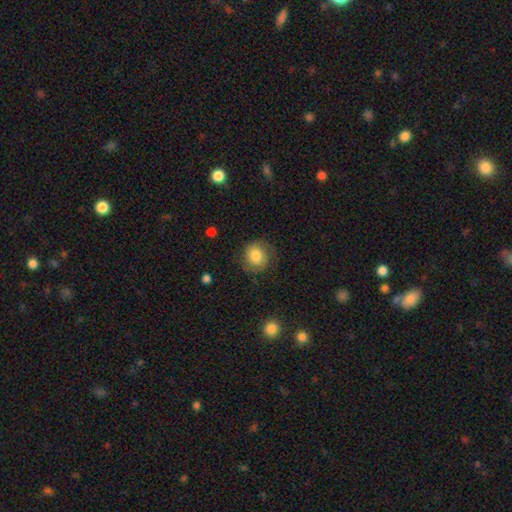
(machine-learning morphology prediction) A smooth galaxy with no disk features (66%) that is round (79%). Merging: none (71%).